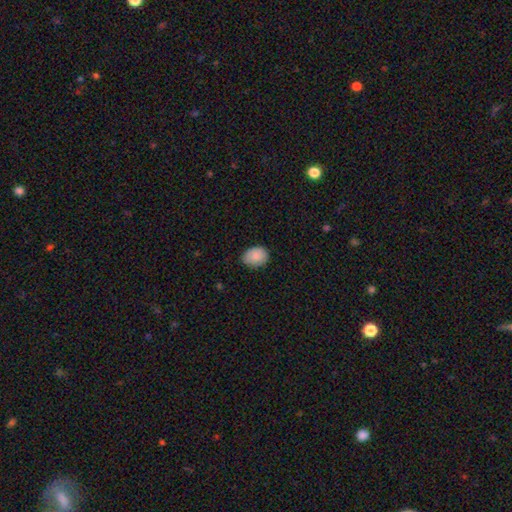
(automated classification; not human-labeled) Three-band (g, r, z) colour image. It shows a smooth galaxy with no disk features (88%) that is in between round and cigar-shaped (64%). Merging: none (76%).